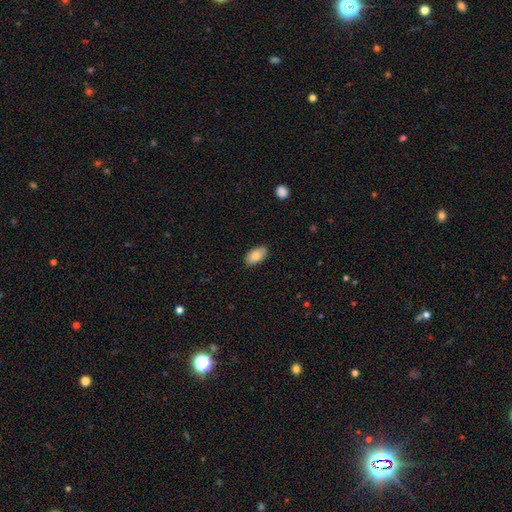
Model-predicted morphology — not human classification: A smooth galaxy with no disk features (85%) that is in between round and cigar-shaped (94%). Merging: none (86%).